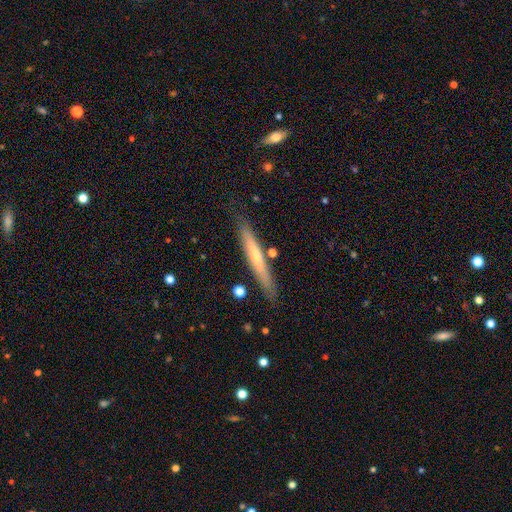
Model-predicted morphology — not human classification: This is possibly a smooth galaxy (50%). How rounded: clearly cigar-shaped (95%). Merging: clearly none (83%).